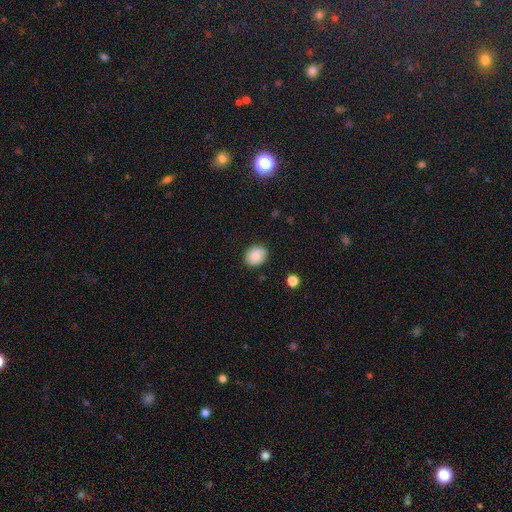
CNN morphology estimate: smooth_or_featured: smooth (p=0.82) [alt: featured or disk p=0.10]
how_rounded: round (p=0.64) [alt: in between p=0.35]
merging: none (p=0.82) [alt: minor disturbance p=0.13]